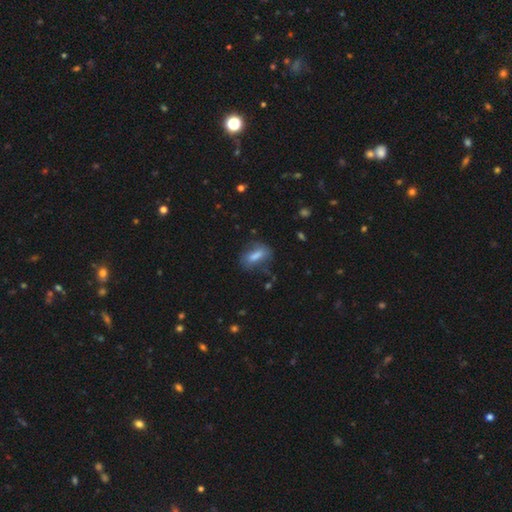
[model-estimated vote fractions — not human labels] Overall: smooth (69%). How rounded: in between (69%). Merging: none (61%; minor disturbance 24%).